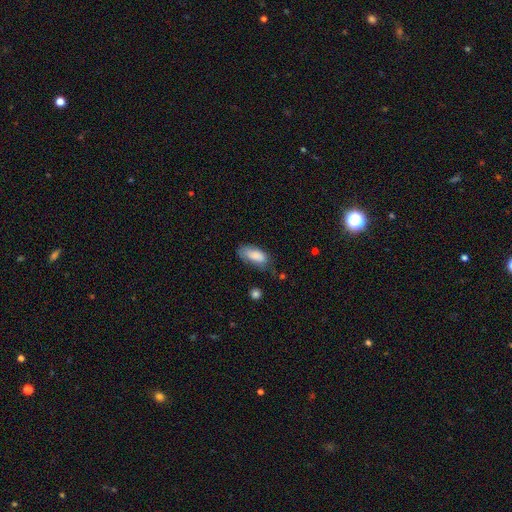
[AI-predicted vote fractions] The model was most divided on "merging": none: 50%, minor disturbance: 35%, major disturbance: 12%, merger: 3%. More confident: how rounded — in between (88%); smooth or featured — smooth (83%).